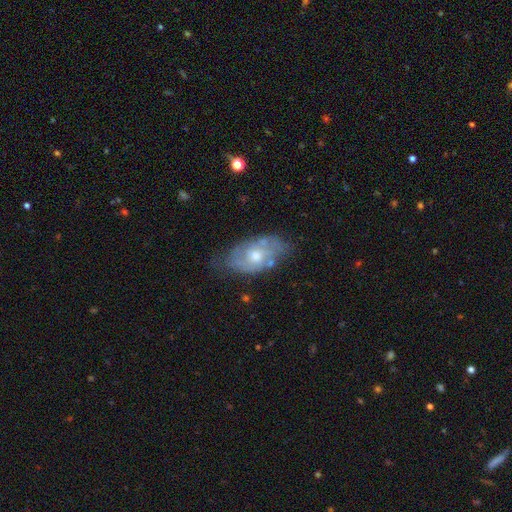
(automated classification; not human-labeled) The model was most divided on "merging": none: 61%, minor disturbance: 28%, major disturbance: 9%, merger: 3%. More confident: edge-on disk — no (92%); bar — no (76%); bulge size — moderate (67%); spiral arms — yes (67%); smooth or featured — featured or disk (66%).